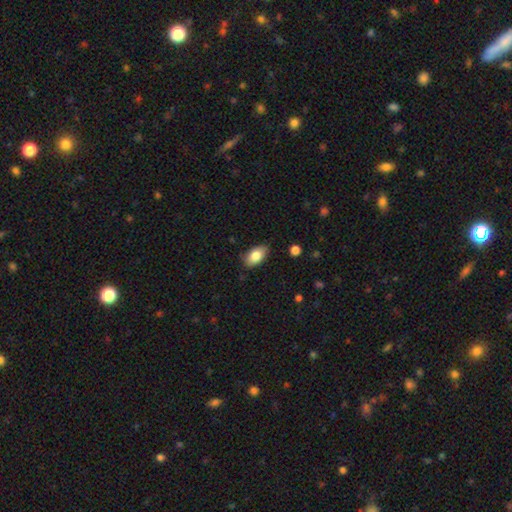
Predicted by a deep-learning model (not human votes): smooth 83%, featured or disk 10%, star or artifact 7%. Down the decision tree: how rounded — in between (92%); merging — none (81%).